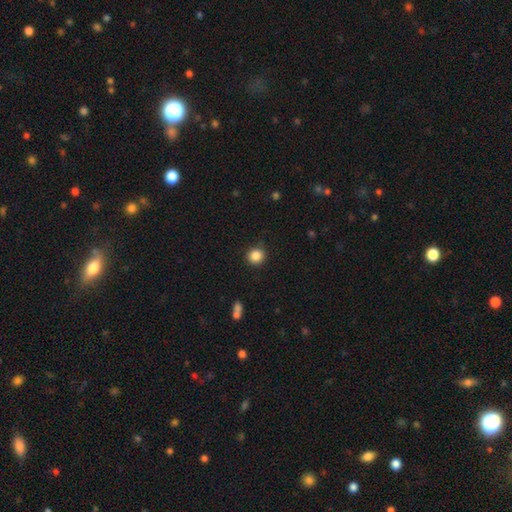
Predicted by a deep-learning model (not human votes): A smooth galaxy with no disk features (86%) that is round (91%).

Vote fractions:
- Smooth or featured? smooth: 86% / star or artifact: 10% / featured or disk: 4%
- How rounded? round: 91% / in between: 8% / cigar-shaped: 1%
- Merging? none: 88% / minor disturbance: 8% / major disturbance: 2% / merger: 1%